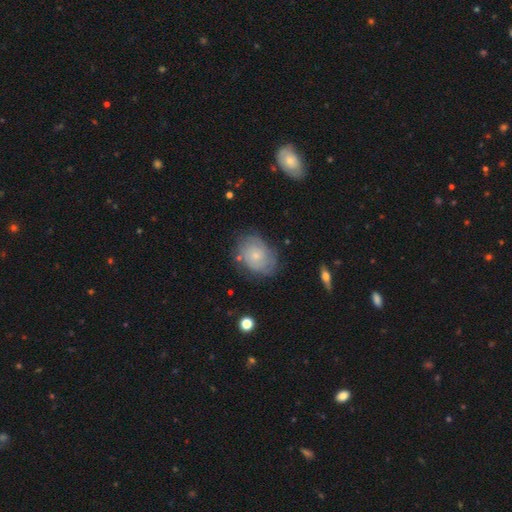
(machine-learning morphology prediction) type=featured or disk (54%); edge-on=no (96%); bar=no (84%); spiral arms=yes (75%); bulge=small (75%); merging=none (71%).